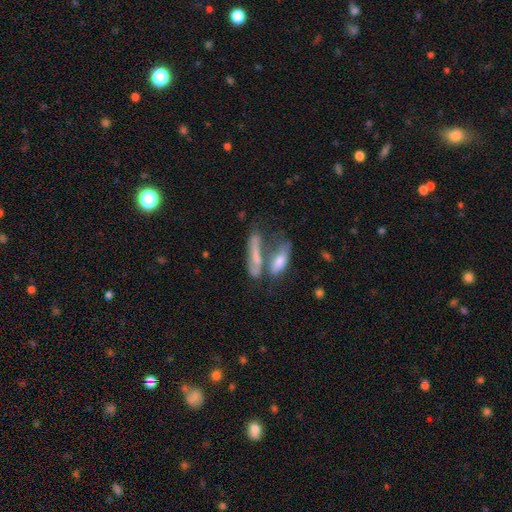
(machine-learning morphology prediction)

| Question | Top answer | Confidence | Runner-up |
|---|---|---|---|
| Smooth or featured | smooth | 53% | featured or disk (36%) |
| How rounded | cigar-shaped | 58% | in between (38%) |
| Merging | merger | 52% | none (28%) |